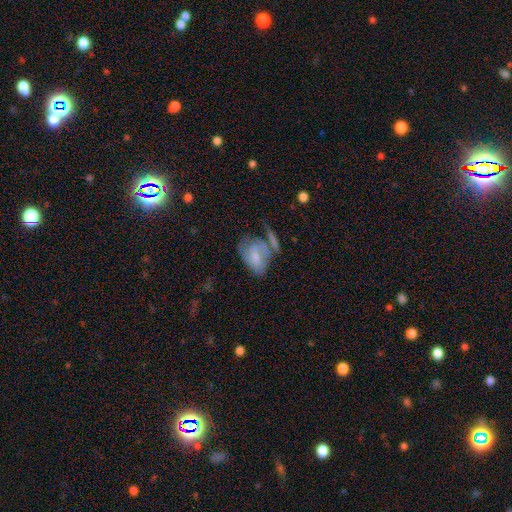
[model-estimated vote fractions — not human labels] smooth-or-featured: smooth: 53% | featured or disk: 39% | star or artifact: 8%
  how-rounded: in between: 81% | round: 16% | cigar-shaped: 3%
  merging: none: 36% | minor disturbance: 24% | merger: 23% | major disturbance: 18%